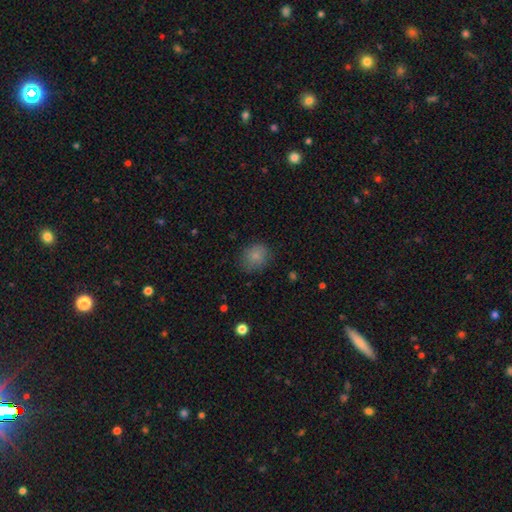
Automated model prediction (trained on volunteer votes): Smooth or featured: smooth — 84% (star or artifact — 10%)
How rounded: round — 67% (in between — 32%)
Merging: none — 76% (minor disturbance — 18%)